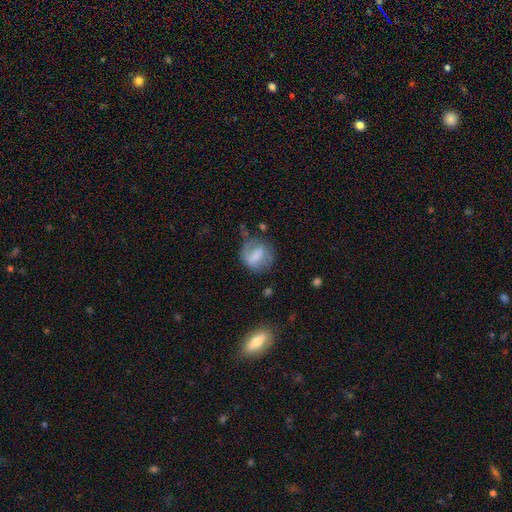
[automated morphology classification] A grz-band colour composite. It shows a smooth galaxy with no disk features (56%) that is round (64%). Merging: none (51%).